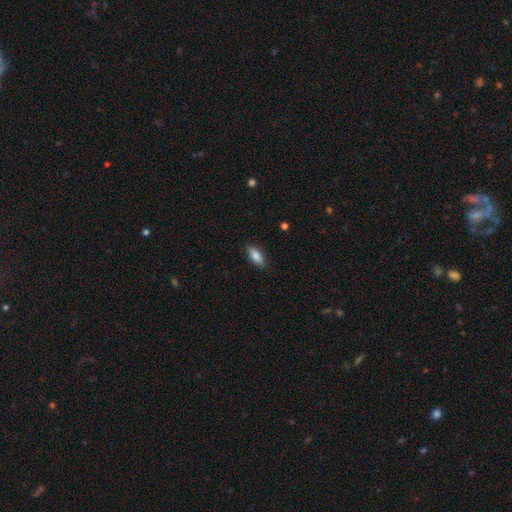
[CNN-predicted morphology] type=smooth (85%); roundness=in between (85%); merging=none (86%).